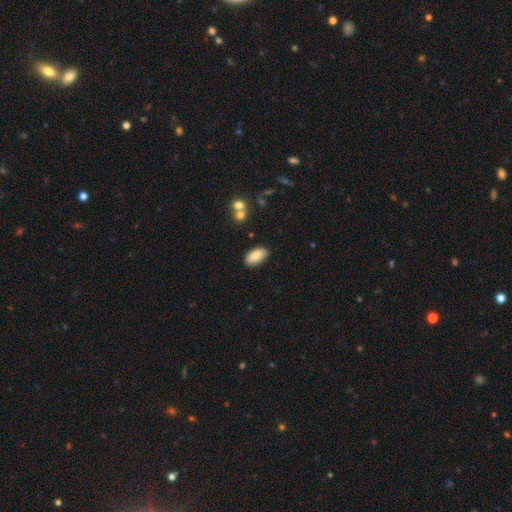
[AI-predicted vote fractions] The model was most divided on "smooth or featured": smooth: 82%, featured or disk: 11%, star or artifact: 7%. More confident: how rounded — in between (92%); merging — none (84%).